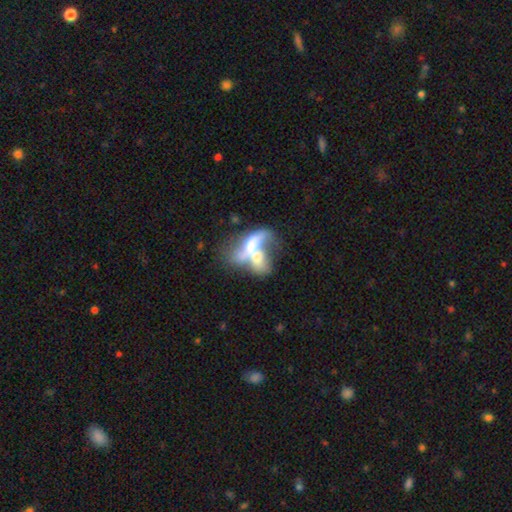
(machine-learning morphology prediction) This appears to be a featured or disk galaxy (54%). Merging: merger (76%).